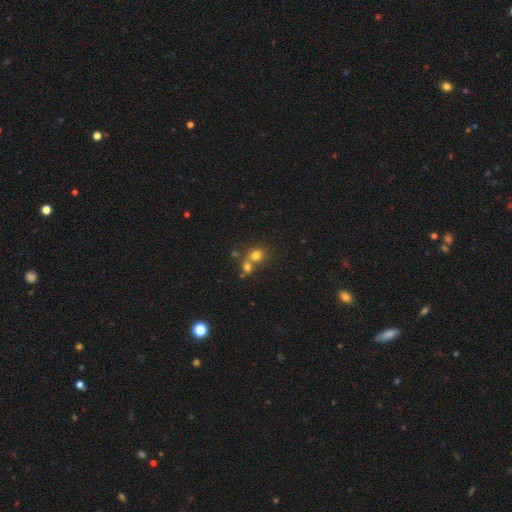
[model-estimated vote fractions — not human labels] Smooth or featured: smooth — 74% (star or artifact — 16%)
How rounded: round — 82% (in between — 17%)
Merging: none — 47% (merger — 43%)